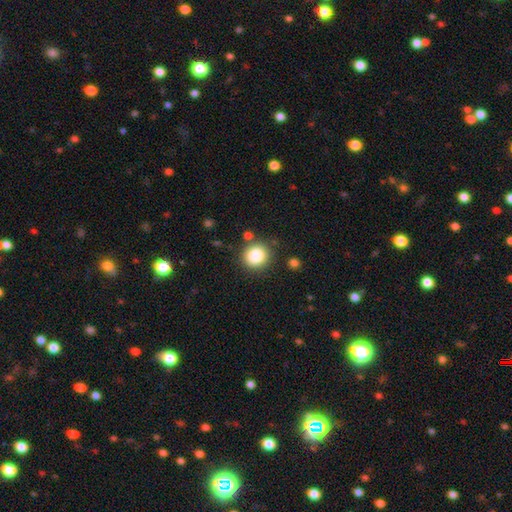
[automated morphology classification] Q: Smooth or featured?
A: smooth (85%); runner-up: star or artifact (10%)
Q: How rounded?
A: round (88%); runner-up: in between (12%)
Q: Merging?
A: none (85%); runner-up: minor disturbance (8%)